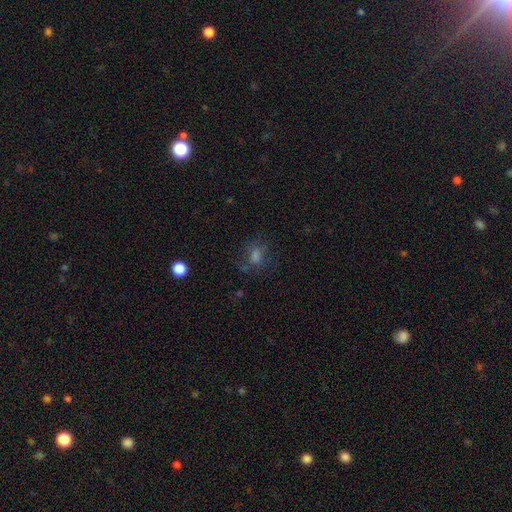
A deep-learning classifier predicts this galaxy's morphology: A smooth galaxy with no disk features (51%) that is in between round and cigar-shaped (50%). Merging: none (64%).